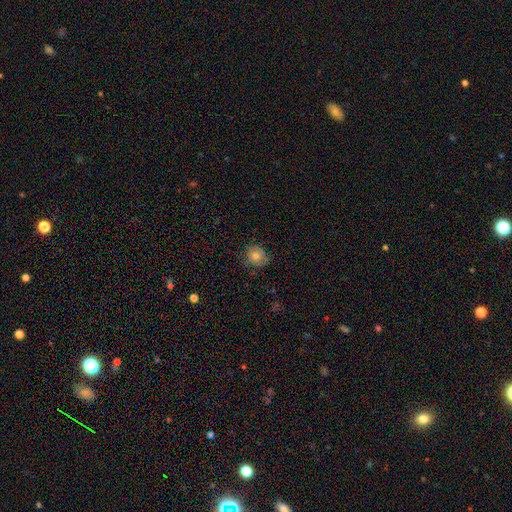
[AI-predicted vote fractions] A smooth galaxy with no disk features (72%) that is round (82%). Merging: none (76%).